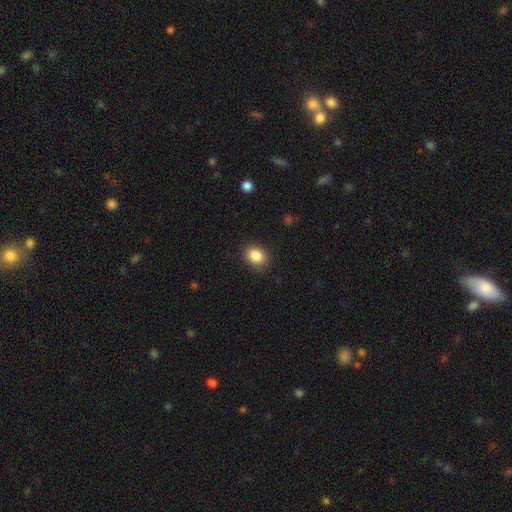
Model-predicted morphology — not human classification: smooth-or-featured: smooth: 86% | star or artifact: 9% | featured or disk: 4%
  how-rounded: in between: 50% (tied) | round: 50% (tied) | cigar-shaped: 1%
  merging: none: 86% | minor disturbance: 10% | major disturbance: 3% | merger: 1%